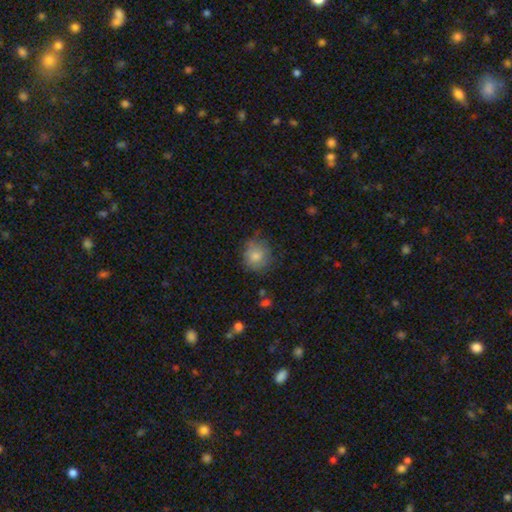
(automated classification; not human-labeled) This is clearly a smooth galaxy (81%). How rounded: clearly round (85%). Merging: likely none (71%).